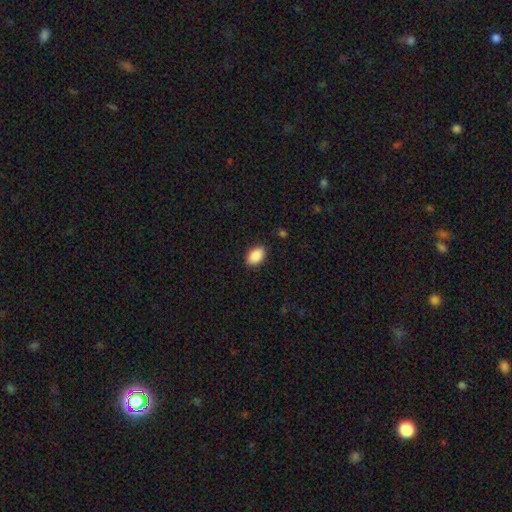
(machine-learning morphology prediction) Smooth or featured? smooth (90%)
How rounded? in between (89%)
Merging? none (87%)